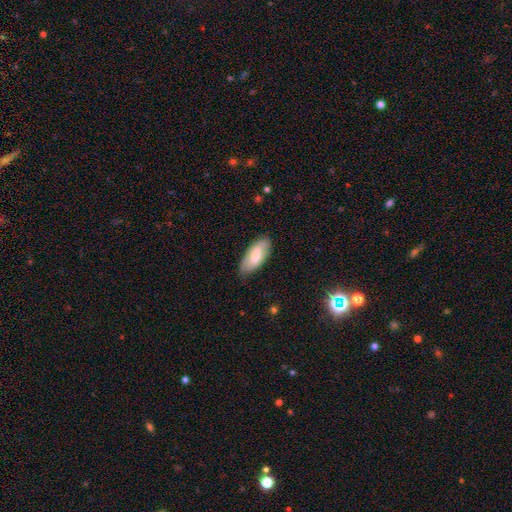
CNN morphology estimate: Q: Smooth or featured?
A: smooth (73%); runner-up: featured or disk (21%)
Q: How rounded?
A: in between (86%); runner-up: cigar-shaped (12%)
Q: Merging?
A: none (77%); runner-up: minor disturbance (19%)